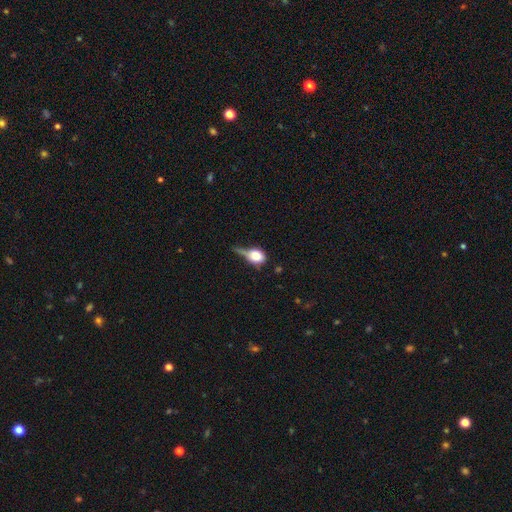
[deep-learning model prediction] Overall: smooth (70%). How rounded: in between (55%; round 40%). Merging: minor disturbance (36%; major disturbance 28%).